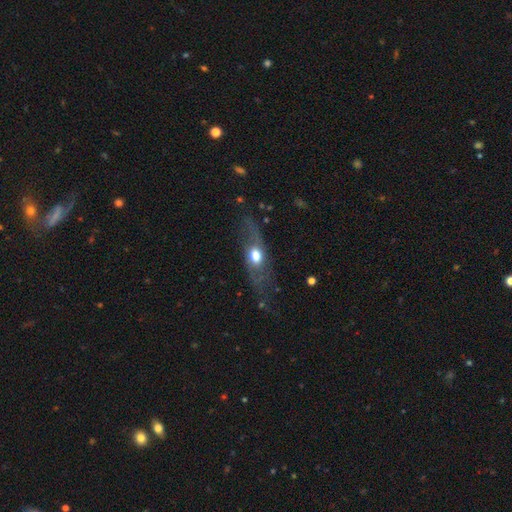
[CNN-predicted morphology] smooth-or-featured: featured or disk: 59% | smooth: 33% | star or artifact: 8%
  disk-edge-on: no: 70% | yes: 30%
  merging: none: 63% | minor disturbance: 20% | major disturbance: 15% | merger: 2%